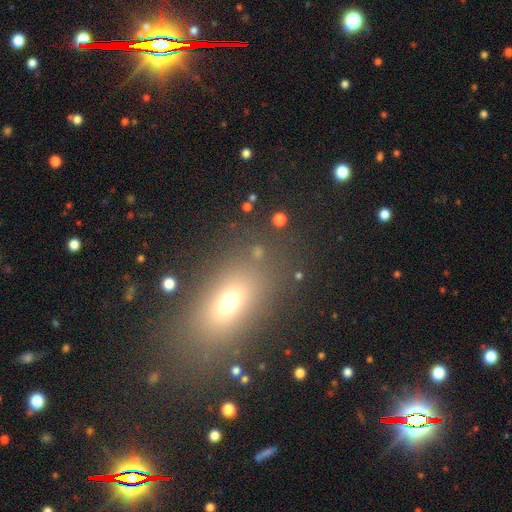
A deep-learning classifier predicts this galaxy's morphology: type=smooth (60%); roundness=in between (69%); merging=none (81%).